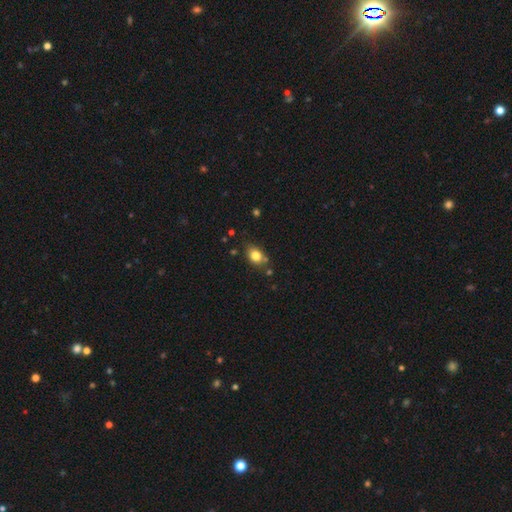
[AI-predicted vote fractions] A smooth galaxy with no disk features (80%) that is in between round and cigar-shaped (63%). Merging: none (73%).